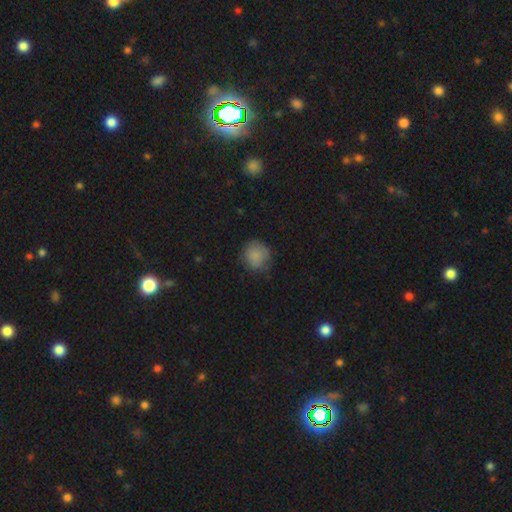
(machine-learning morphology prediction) The model was most divided on "merging": none: 70%, minor disturbance: 22%, major disturbance: 6%, merger: 1%. More confident: how rounded — round (85%); smooth or featured — smooth (81%).